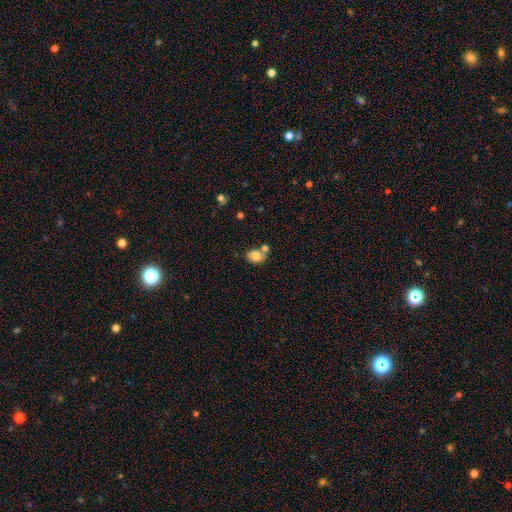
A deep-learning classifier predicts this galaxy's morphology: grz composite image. It shows a smooth galaxy with no disk features (78%) that is in between round and cigar-shaped (66%). Merging: none (43%).